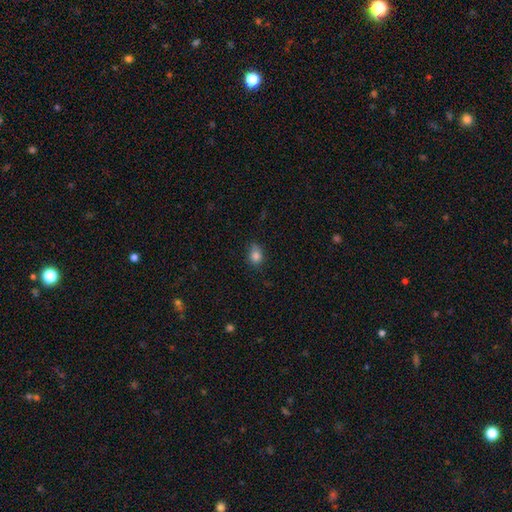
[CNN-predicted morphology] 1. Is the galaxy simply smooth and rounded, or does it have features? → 83% smooth, 11% star or artifact, 6% featured or disk.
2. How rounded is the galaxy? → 50% in between, 49% round, 1% cigar-shaped.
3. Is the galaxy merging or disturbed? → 66% none, 27% minor disturbance, 5% major disturbance, 2% merger.